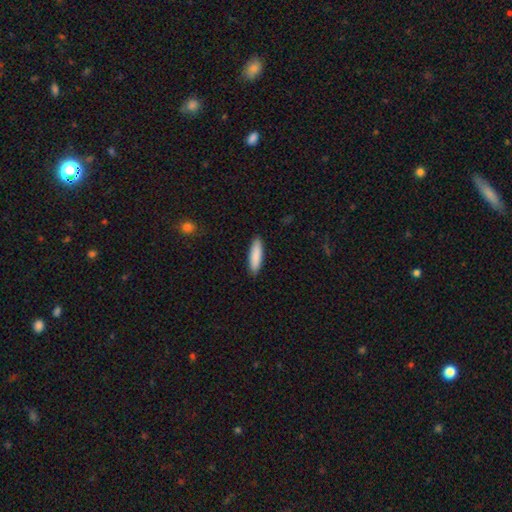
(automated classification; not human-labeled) Morphology: type=smooth (88%); roundness=cigar-shaped (66%); merging=none (90%).